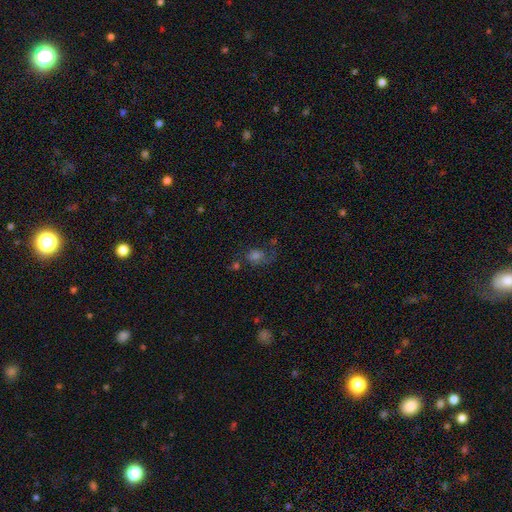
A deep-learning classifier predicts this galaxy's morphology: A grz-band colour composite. It shows a smooth galaxy with no disk features (50%) that is round (51%). Merging: none (47%).